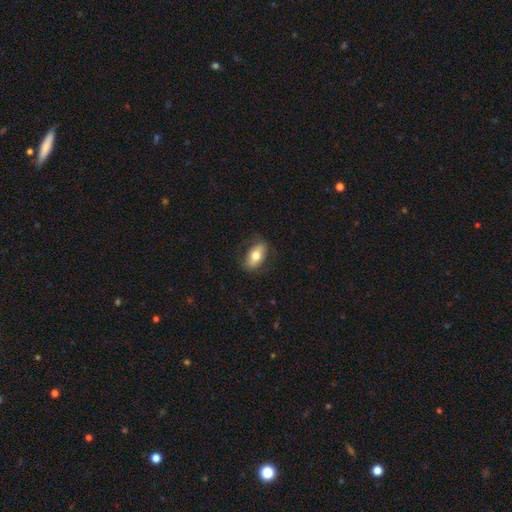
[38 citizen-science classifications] Overall: smooth (82%). How rounded: in between (94%). Merging: none (67%).